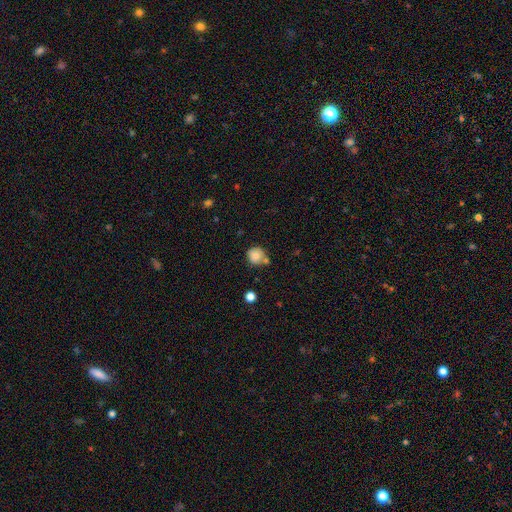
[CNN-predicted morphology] type=smooth (81%); roundness=round (91%); merging=none (68%).